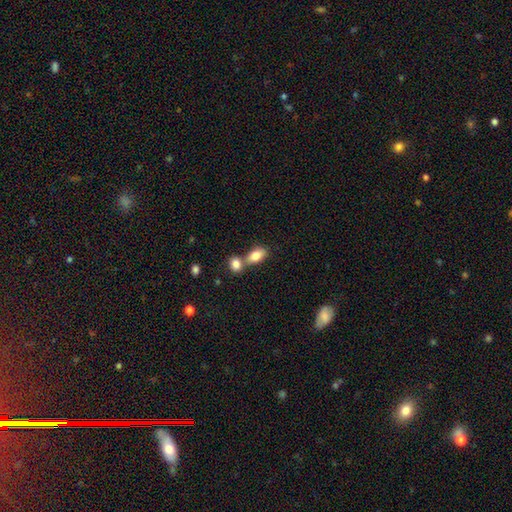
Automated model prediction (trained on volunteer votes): Smooth or featured: smooth — 82% (featured or disk — 11%)
How rounded: in between — 87% (round — 10%)
Merging: merger — 48% (none — 40%)